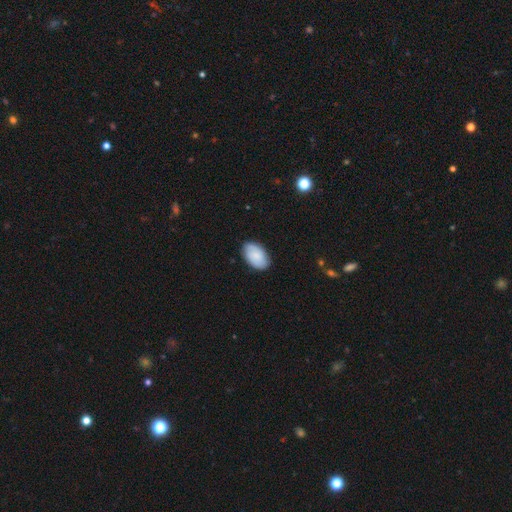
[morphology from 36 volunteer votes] Smooth or featured: smooth — 81% (featured or disk — 19%)
How rounded: in between — 97% (round — 3%)
Merging: none — 97% (minor disturbance — 3%)